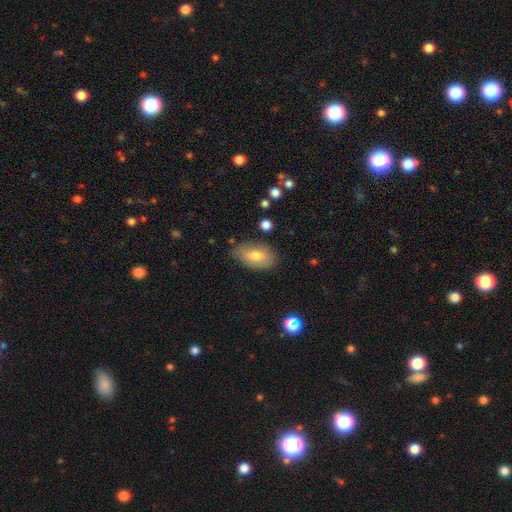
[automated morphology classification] Overall: smooth (72%). How rounded: in between (91%). Merging: none (79%).